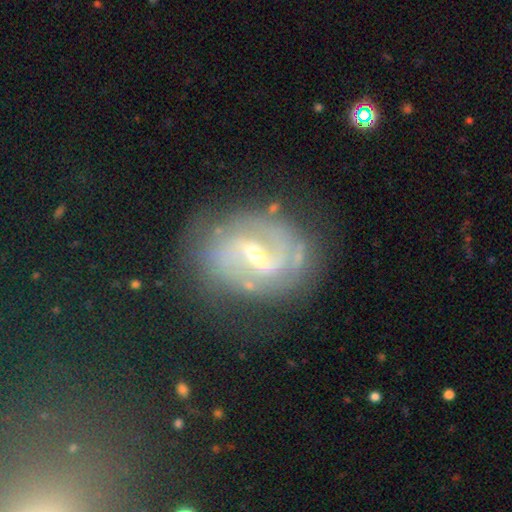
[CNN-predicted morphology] smooth-or-featured: featured or disk: 86% | smooth: 7% | star or artifact: 7%
  disk-edge-on: no: 97% | yes: 3%
    bar: weak: 54% | strong: 27% | no: 19%
    has-spiral-arms: yes: 94% | no: 6%
      spiral-winding: medium: 47% | tight: 29% | loose: 24%
      spiral-arm-count: 2: 78% | can't tell: 10% | 3: 5% | 1: 3% | 4: 2% | more than 4: 2%
    bulge-size: small: 59% | moderate: 38% | large: 1% | none: 1% | dominant: 1%
  merging: none: 73% | minor disturbance: 17% | major disturbance: 8% | merger: 3%